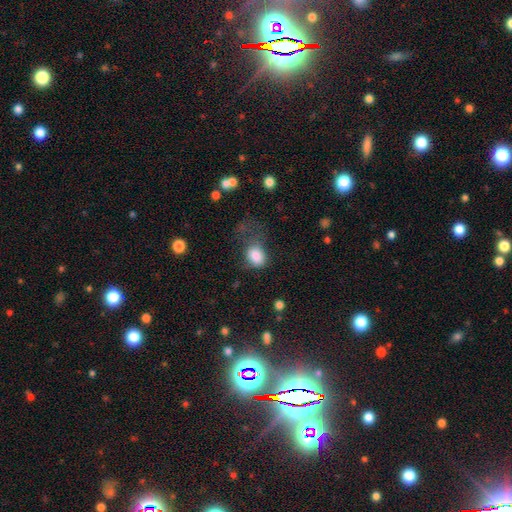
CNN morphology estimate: Smooth or featured? smooth (82%)
How rounded? in between (61%)
Merging? major disturbance (37%)